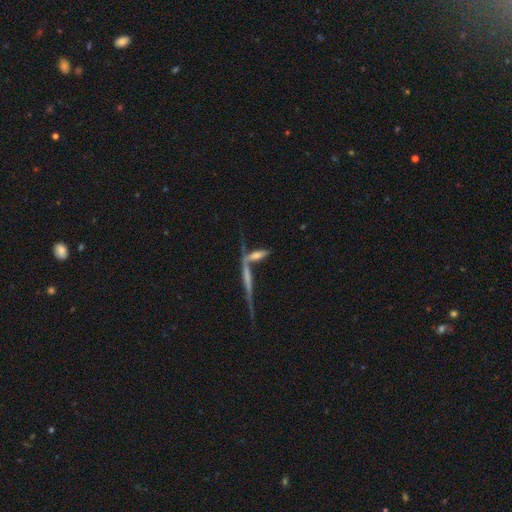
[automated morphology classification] This is possibly a featured or disk galaxy (47%). Merging: marginally merger (44%).